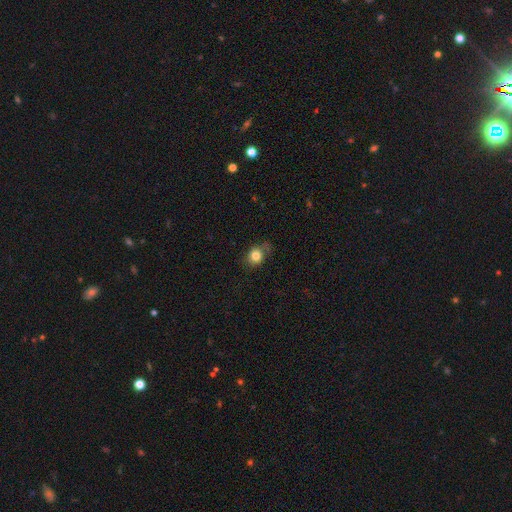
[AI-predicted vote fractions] Overall: smooth (82%). How rounded: round (67%; in between 32%). Merging: none (62%; minor disturbance 26%).